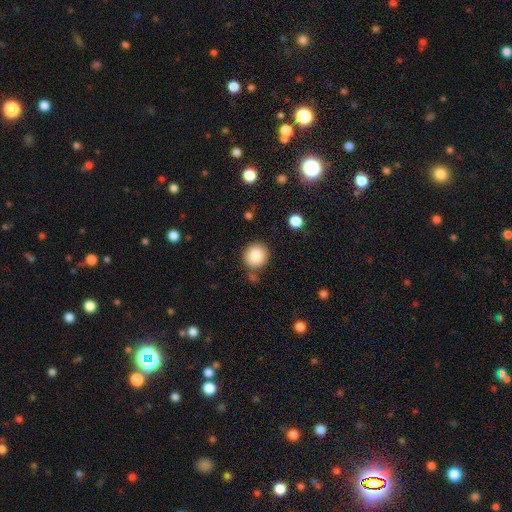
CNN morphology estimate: Smooth or featured? smooth (87%)
How rounded? round (89%)
Merging? none (79%)